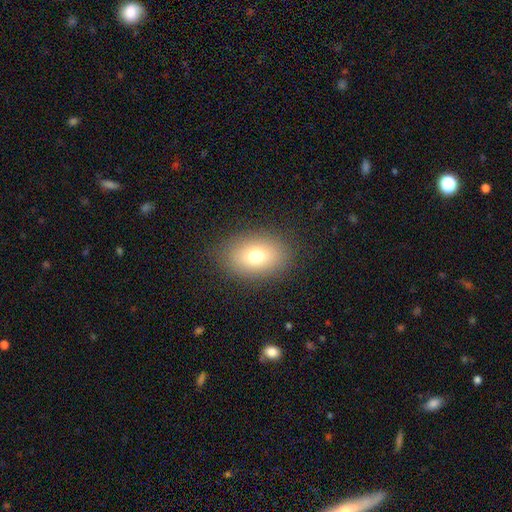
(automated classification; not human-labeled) Smooth or featured?
  - smooth: 74% *
  - featured or disk: 14%
  - star or artifact: 12%
How rounded?
  - in between: 72% *
  - round: 27%
  - cigar-shaped: 1%
Merging?
  - none: 86% *
  - minor disturbance: 9%
  - major disturbance: 4%
  - merger: 1%